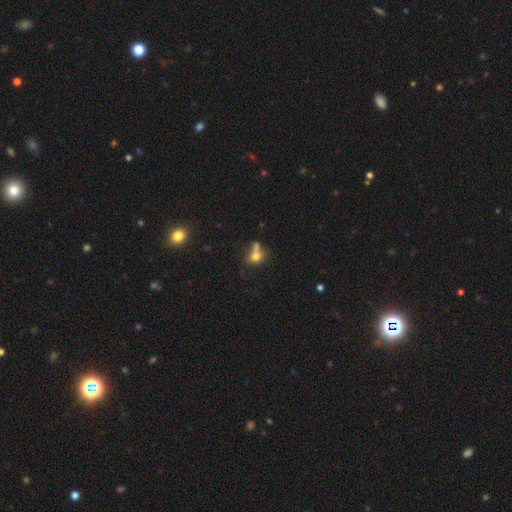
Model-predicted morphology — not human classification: Smooth or featured? smooth (69%)
How rounded? round (56%)
Merging? merger (41%)